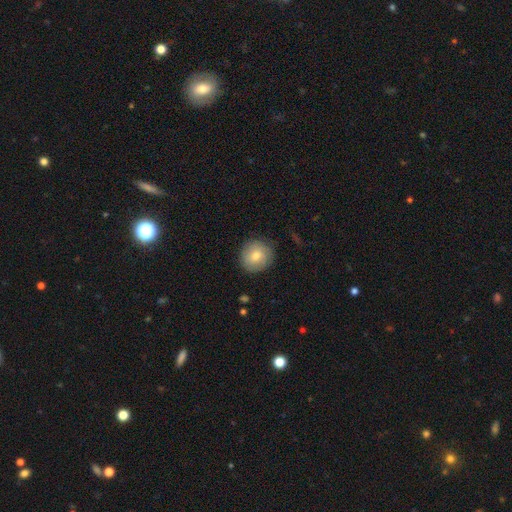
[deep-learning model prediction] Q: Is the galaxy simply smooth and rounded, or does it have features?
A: smooth — 70%.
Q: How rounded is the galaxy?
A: round — 90%.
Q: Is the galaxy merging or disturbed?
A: none — 86%.